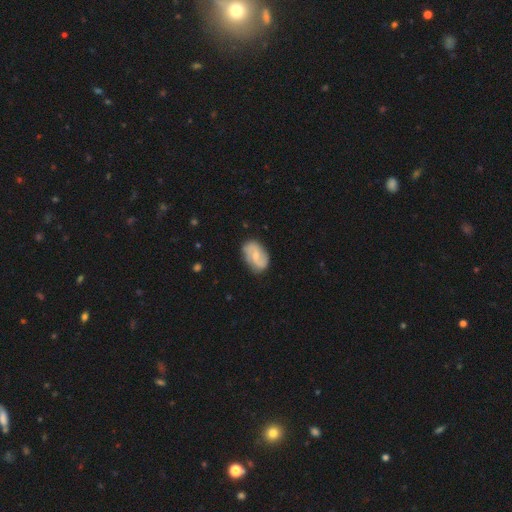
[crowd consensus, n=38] smooth_or_featured: featured or disk (p=0.68) [alt: smooth p=0.24]
disk_edge_on: no (p=1.00)
bar: weak (p=0.65) [alt: no p=0.27]
has_spiral_arms: yes (p=0.96) [alt: no p=0.04]
spiral_winding: loose (p=0.56) [alt: medium p=0.28]
spiral_arm_count: 2 (p=0.72) [alt: can't tell p=0.20]
bulge_size: small (p=0.54) [alt: moderate p=0.42]
merging: none (p=0.69) [alt: minor disturbance p=0.26]